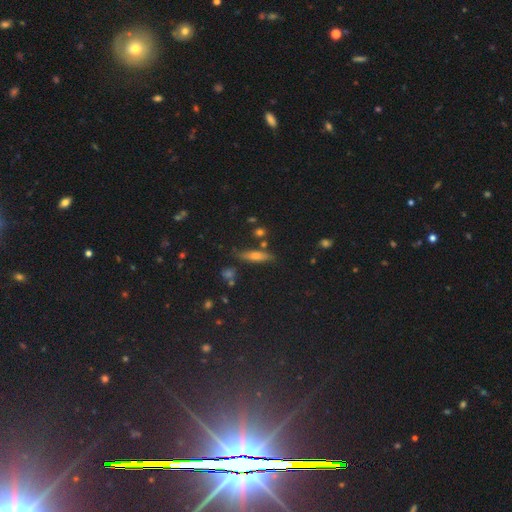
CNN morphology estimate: A smooth galaxy with no disk features (50%) that is cigar-shaped (67%). Merging: none (78%).